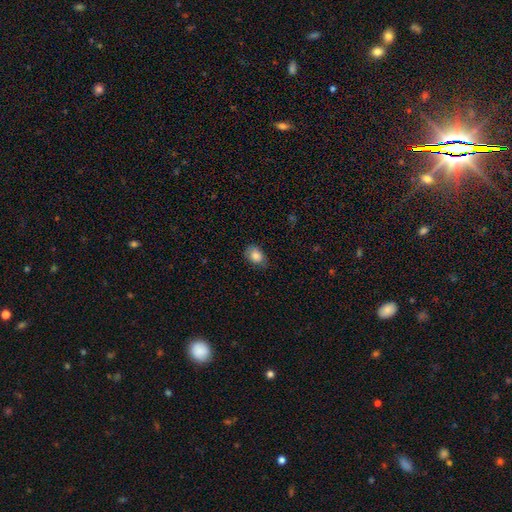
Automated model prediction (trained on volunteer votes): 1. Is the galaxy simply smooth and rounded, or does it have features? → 84% smooth, 8% star or artifact, 8% featured or disk.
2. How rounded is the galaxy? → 71% in between, 28% round, 1% cigar-shaped.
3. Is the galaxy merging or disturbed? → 70% none, 24% minor disturbance, 5% major disturbance, 1% merger.